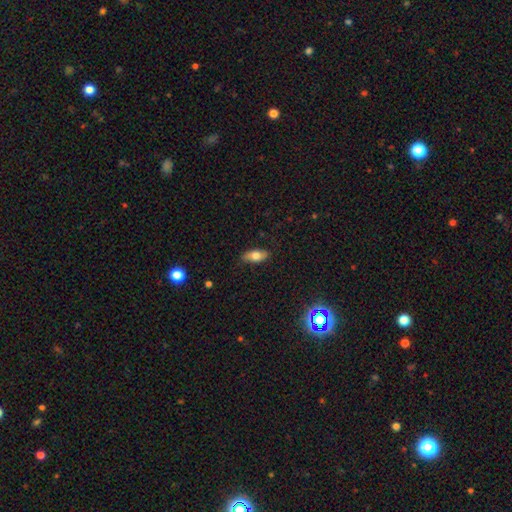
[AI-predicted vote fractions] A smooth galaxy with no disk features (67%) that is in between round and cigar-shaped (85%). Merging: none (82%).